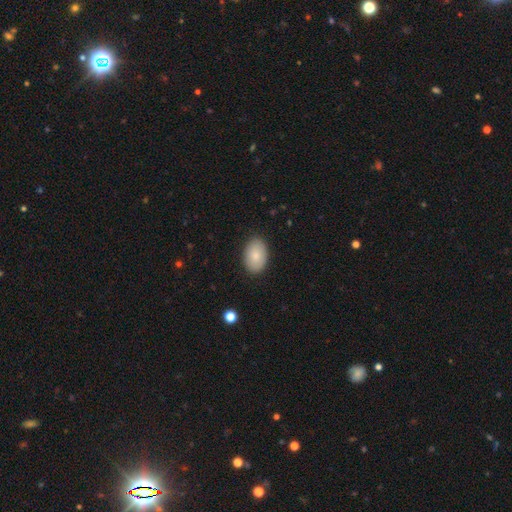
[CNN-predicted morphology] A smooth galaxy with no disk features (85%) that is in between round and cigar-shaped (90%). Merging: none (87%).